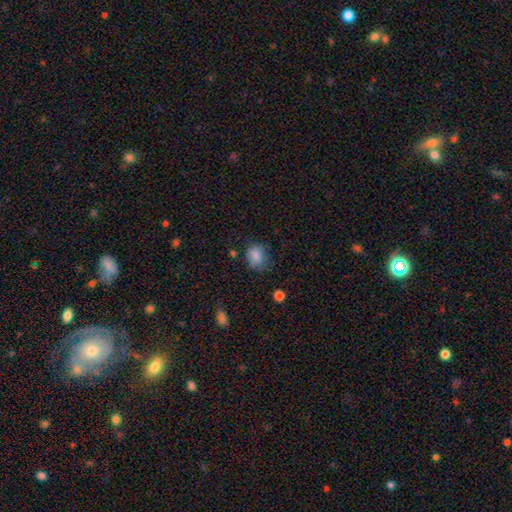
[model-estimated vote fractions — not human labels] Smooth or featured?
  - smooth: 82% *
  - star or artifact: 9%
  - featured or disk: 8%
How rounded?
  - round: 53% *
  - in between: 46%
  - cigar-shaped: 1%
Merging?
  - none: 63% *
  - minor disturbance: 26%
  - major disturbance: 9%
  - merger: 3%